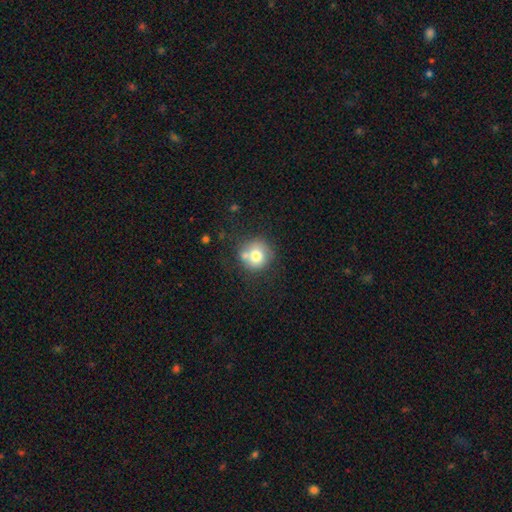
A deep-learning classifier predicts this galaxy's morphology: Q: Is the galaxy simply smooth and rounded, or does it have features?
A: smooth — 72%.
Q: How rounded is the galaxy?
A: round — 90%.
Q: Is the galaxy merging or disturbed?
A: none — 60%.